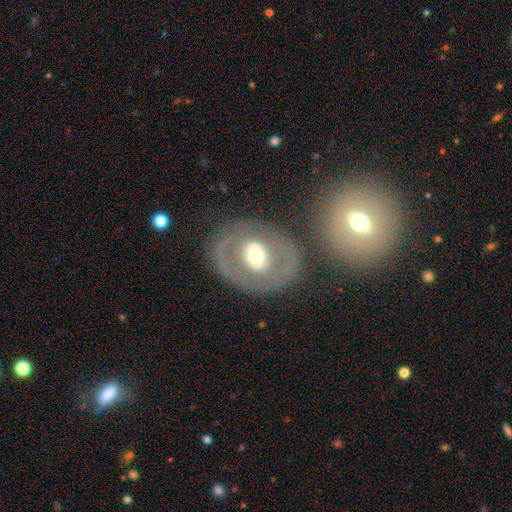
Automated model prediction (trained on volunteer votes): Smooth or featured?
  - featured or disk: 60% *
  - smooth: 33%
  - star or artifact: 7%
Edge-on disk?
  - no: 94% *
  - yes: 6%
Bar?
  - no: 63% *
  - weak: 23%
  - strong: 14%
Spiral arms?
  - no: 73% *
  - yes: 27%
Bulge size?
  - moderate: 66% *
  - small: 15%
  - large: 15%
  - dominant: 2%
  - none: 1%
Merging?
  - none: 68% *
  - minor disturbance: 14%
  - major disturbance: 10%
  - merger: 8%